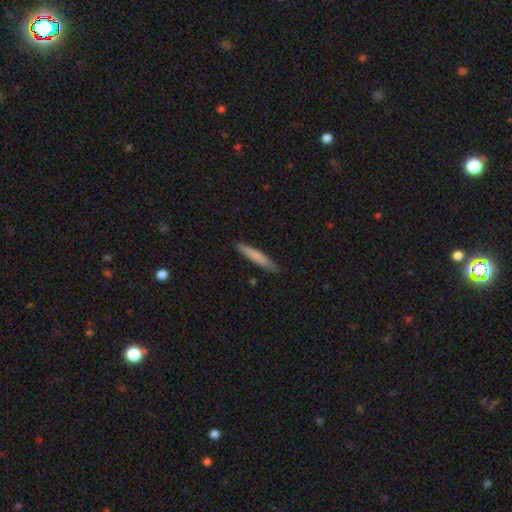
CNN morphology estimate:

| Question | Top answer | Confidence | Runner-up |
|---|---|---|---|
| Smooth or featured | smooth | 77% | featured or disk (18%) |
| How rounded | cigar-shaped | 94% | in between (4%) |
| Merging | none | 88% | minor disturbance (9%) |